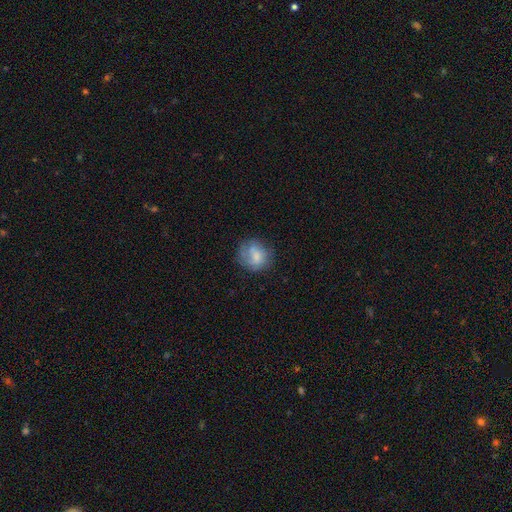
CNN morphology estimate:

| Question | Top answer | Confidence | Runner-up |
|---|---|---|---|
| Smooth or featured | smooth | 67% | featured or disk (24%) |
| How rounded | round | 77% | in between (22%) |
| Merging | none | 60% | minor disturbance (24%) |